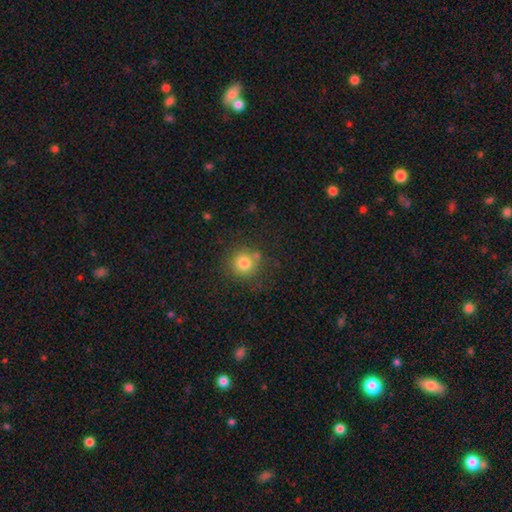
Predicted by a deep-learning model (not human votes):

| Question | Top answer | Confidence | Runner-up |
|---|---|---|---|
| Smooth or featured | smooth | 77% | star or artifact (16%) |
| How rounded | round | 93% | in between (6%) |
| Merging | none | 79% | minor disturbance (10%) |